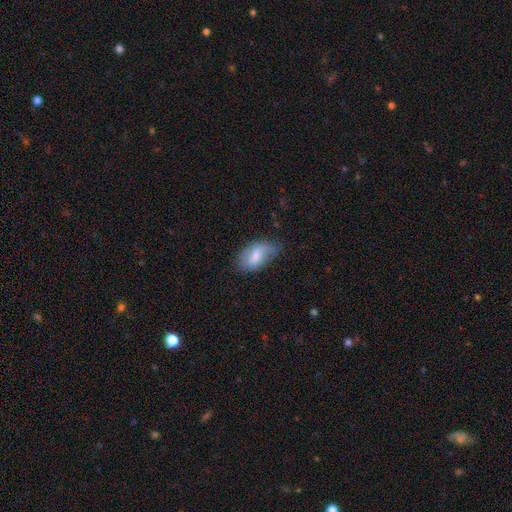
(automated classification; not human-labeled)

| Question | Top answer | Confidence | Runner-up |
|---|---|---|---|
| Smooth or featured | smooth | 62% | featured or disk (31%) |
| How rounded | in between | 92% | round (5%) |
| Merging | none | 54% | minor disturbance (33%) |